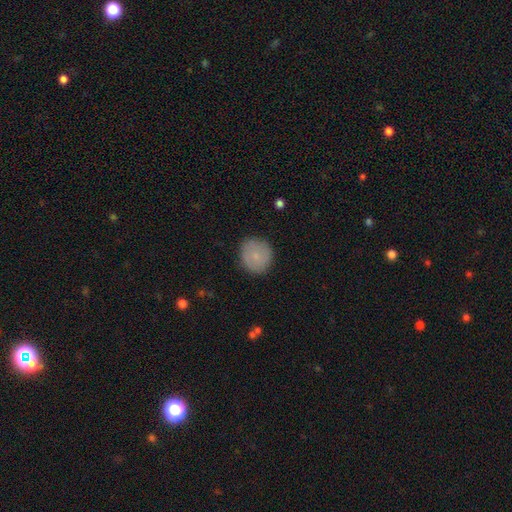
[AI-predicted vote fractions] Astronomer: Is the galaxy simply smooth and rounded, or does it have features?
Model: smooth — 79%.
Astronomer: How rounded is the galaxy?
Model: round — 88%.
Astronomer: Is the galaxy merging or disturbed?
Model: none — 85%.